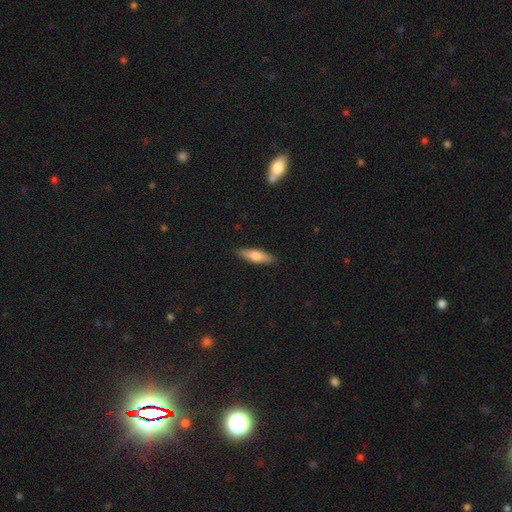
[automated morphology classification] This appears to be a smooth galaxy with no disk features (70%) that is cigar-shaped (53%). Merging: none (88%).